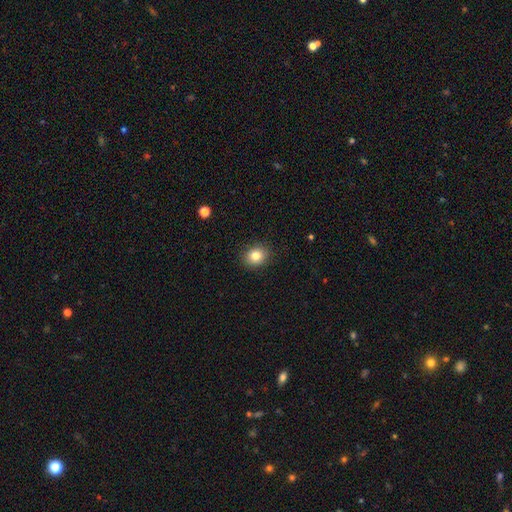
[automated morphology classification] Smooth or featured?
  - smooth: 82% *
  - star or artifact: 10%
  - featured or disk: 7%
How rounded?
  - round: 65% *
  - in between: 34%
  - cigar-shaped: 1%
Merging?
  - none: 90% *
  - minor disturbance: 7%
  - major disturbance: 2%
  - merger: 1%